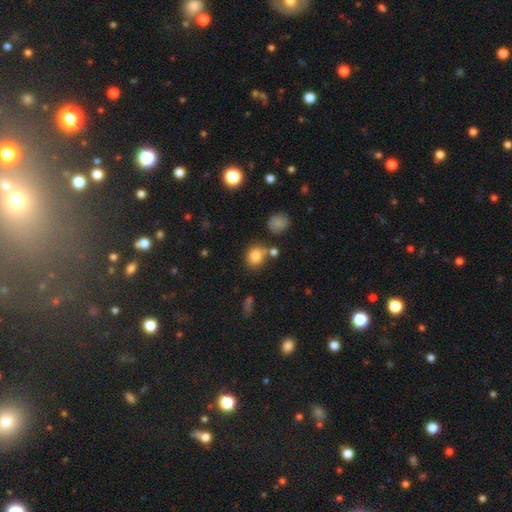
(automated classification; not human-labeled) smooth-or-featured: smooth: 81% | star or artifact: 12% | featured or disk: 7%
  how-rounded: round: 76% | in between: 23% | cigar-shaped: 1%
  merging: none: 66% | merger: 15% | minor disturbance: 14% | major disturbance: 5%